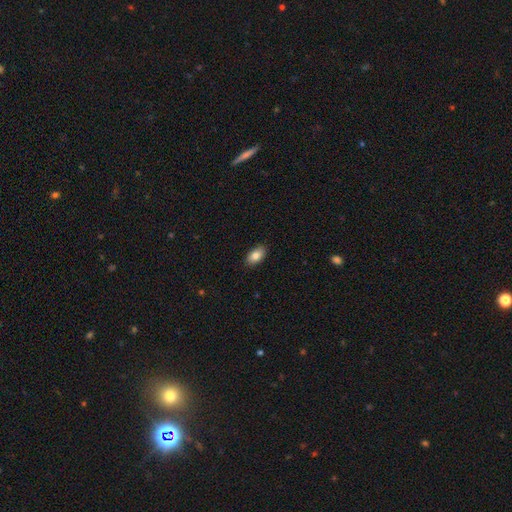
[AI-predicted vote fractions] Smooth or featured? Predicted: smooth (p=0.83). How rounded? Predicted: in between (p=0.93). Merging? Predicted: none (p=0.89).